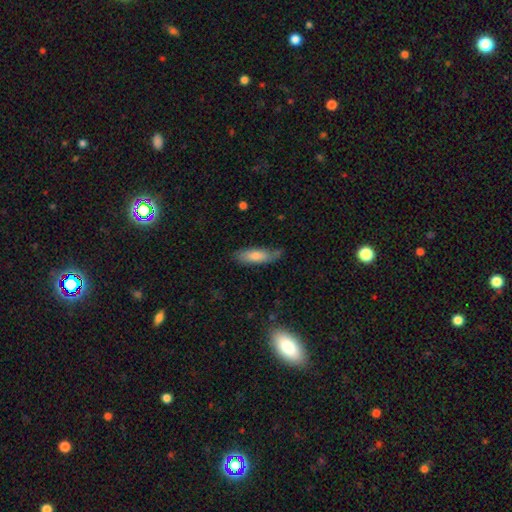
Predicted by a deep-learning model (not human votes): A smooth galaxy with no disk features (70%) that is cigar-shaped (57%). Merging: none (68%).